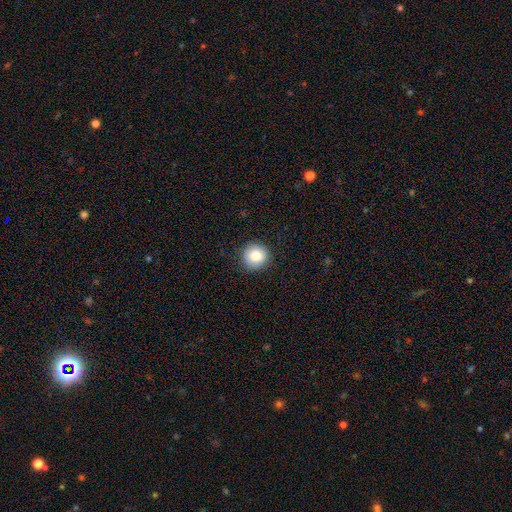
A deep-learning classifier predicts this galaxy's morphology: This is clearly a smooth galaxy (83%). How rounded: clearly round (94%). Merging: clearly none (89%).